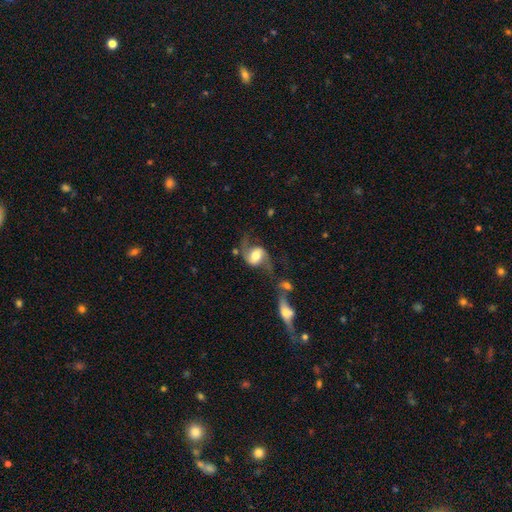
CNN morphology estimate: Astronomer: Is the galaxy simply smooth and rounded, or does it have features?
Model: featured or disk — 73%.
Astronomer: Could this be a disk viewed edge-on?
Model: no — 96%.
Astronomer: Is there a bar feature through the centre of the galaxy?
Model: weak — 43% (runner-up: no, 34%).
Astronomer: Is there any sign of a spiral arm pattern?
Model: yes — 93%.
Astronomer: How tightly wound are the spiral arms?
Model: loose — 64%.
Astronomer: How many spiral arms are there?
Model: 2 — 90%.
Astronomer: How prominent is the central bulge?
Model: moderate — 50% (runner-up: large, 32%).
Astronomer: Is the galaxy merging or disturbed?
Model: none — 50%.